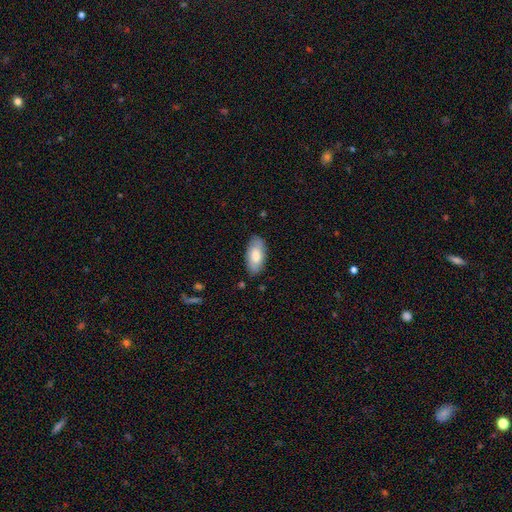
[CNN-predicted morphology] smooth 79%, featured or disk 16%, star or artifact 6%. Down the decision tree: how rounded — in between (92%); merging — none (83%).